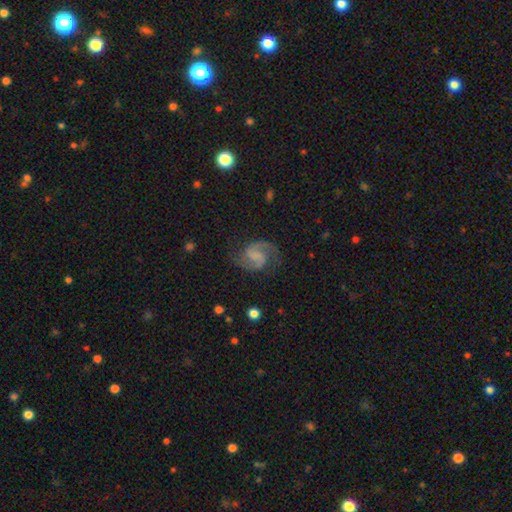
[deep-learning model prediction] Smooth or featured: featured or disk — 89% (smooth — 6%)
Edge-on disk: no — 98% (yes — 2%)
Bar: weak — 50% (no — 33%)
Spiral arms: yes — 98% (no — 2%)
Spiral winding: medium — 60% (loose — 25%)
Spiral arm count: 2 — 94% (can't tell — 2%)
Bulge size: none — 58% (small — 24%)
Merging: none — 77% (minor disturbance — 15%)